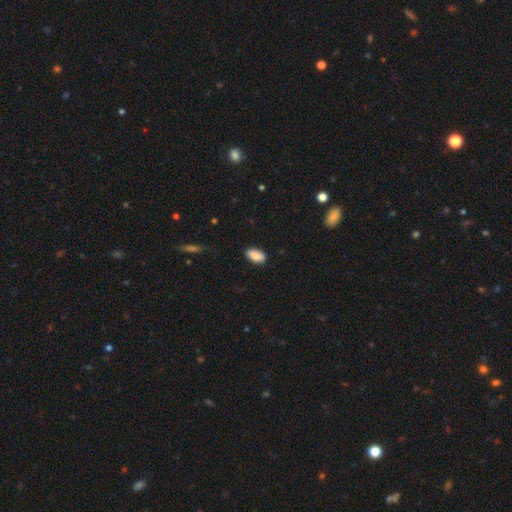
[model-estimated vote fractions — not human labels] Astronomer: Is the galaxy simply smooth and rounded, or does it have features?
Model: smooth — 88%.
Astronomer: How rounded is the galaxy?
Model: in between — 93%.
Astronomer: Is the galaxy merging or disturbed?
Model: none — 84%.